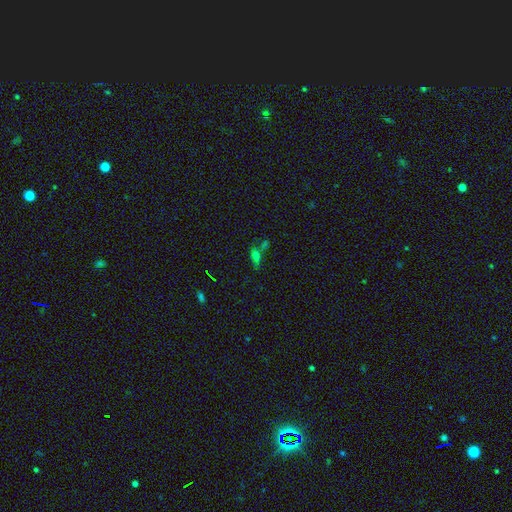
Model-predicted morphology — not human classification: A smooth galaxy with no disk features (57%) that is in between round and cigar-shaped (67%). Merging: none (42%).